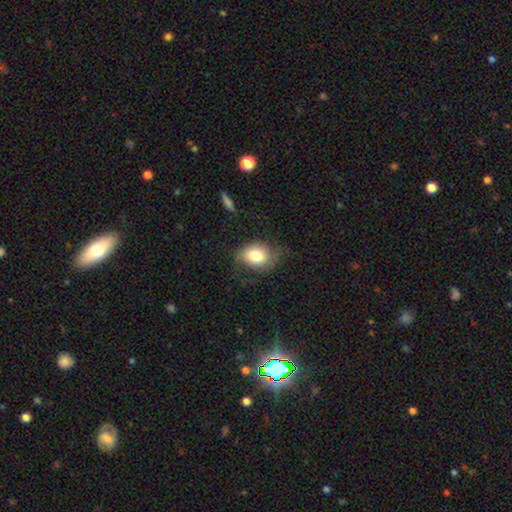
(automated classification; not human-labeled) smooth 76%, featured or disk 16%, star or artifact 9%. Down the decision tree: how rounded — in between (55%); merging — none (56%).